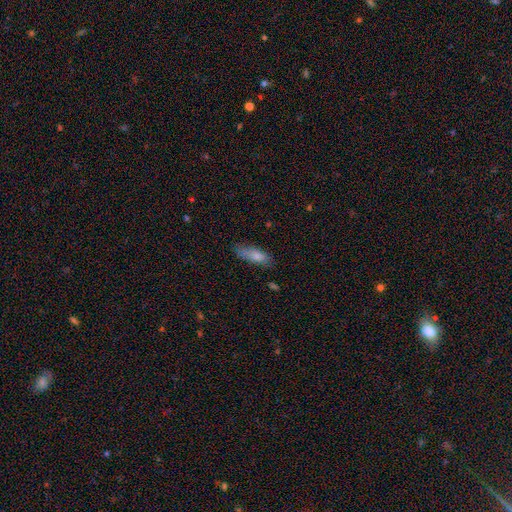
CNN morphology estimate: A smooth galaxy with no disk features (80%) that is in between round and cigar-shaped (57%). Merging: none (61%).